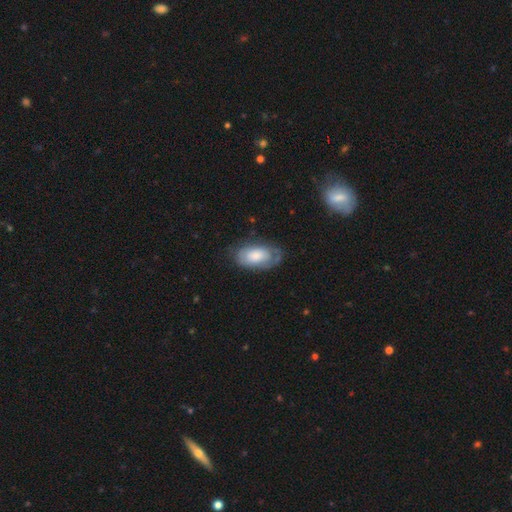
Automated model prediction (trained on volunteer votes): Morphology: type=smooth (58%); roundness=in between (94%); merging=none (60%).